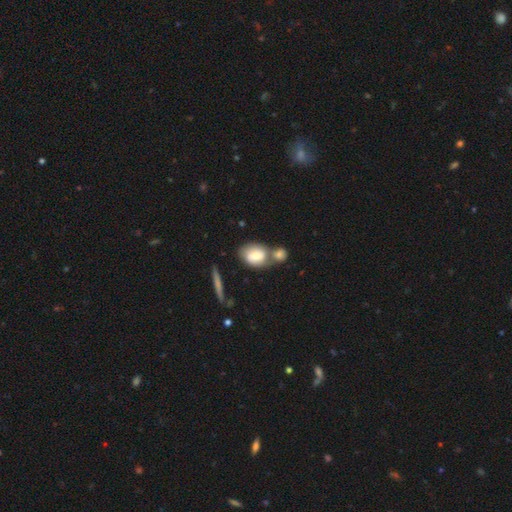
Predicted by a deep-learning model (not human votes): Smooth or featured? smooth (66%)
How rounded? in between (67%)
Merging? merger (53%)